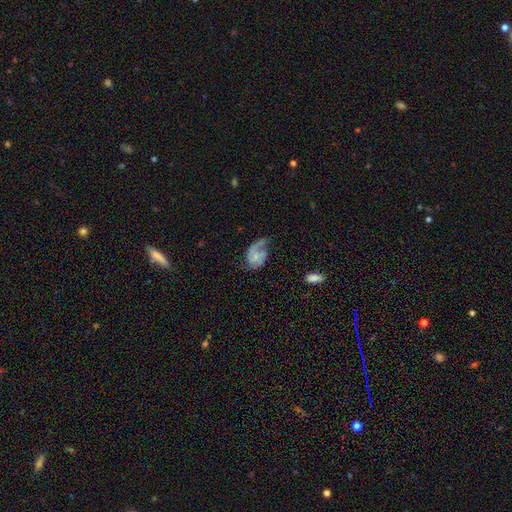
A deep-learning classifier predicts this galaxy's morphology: The model was most divided on "merging" (2-way tie): none: 35%, major disturbance: 35%, minor disturbance: 25%, merger: 5%. Remaining: edge-on disk — no (98%); spiral arms — yes (87%); bar — no (70%); smooth or featured — featured or disk (66%); bulge size — small (50%); spiral arm count — 2 (47%); spiral winding — loose (43%).